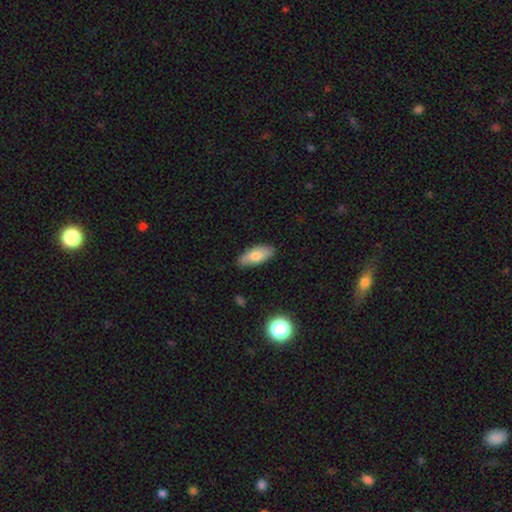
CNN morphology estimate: smooth 75%, featured or disk 18%, star or artifact 7%. Down the decision tree: how rounded — in between (84%); merging — none (84%).